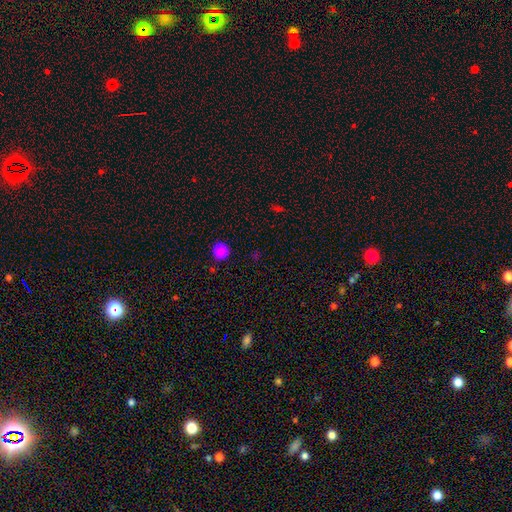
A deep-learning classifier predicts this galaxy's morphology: This is likely a smooth galaxy (67%). How rounded: clearly round (90%). Merging: clearly none (89%).